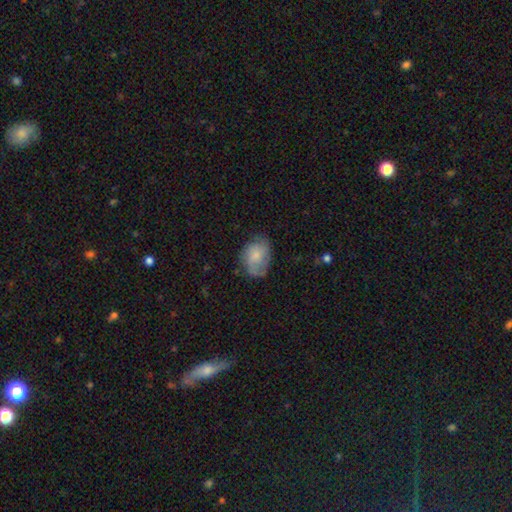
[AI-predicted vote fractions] smooth 58%, featured or disk 35%, star or artifact 8%. Down the decision tree: how rounded — in between (72%); merging — none (61%).